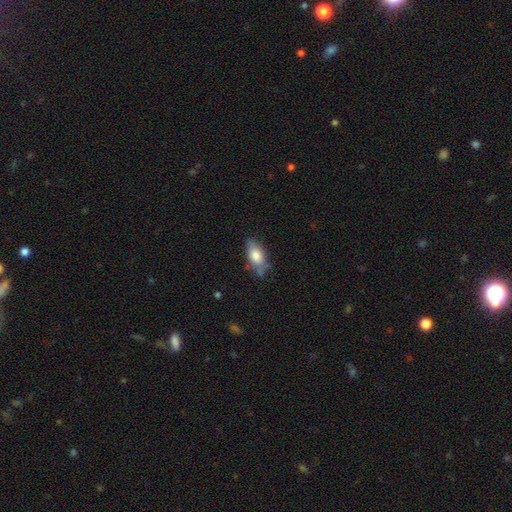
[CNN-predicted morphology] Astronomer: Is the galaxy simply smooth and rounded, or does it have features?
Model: smooth — 75%.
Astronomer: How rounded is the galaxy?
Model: in between — 85%.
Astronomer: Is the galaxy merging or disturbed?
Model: none — 61%.